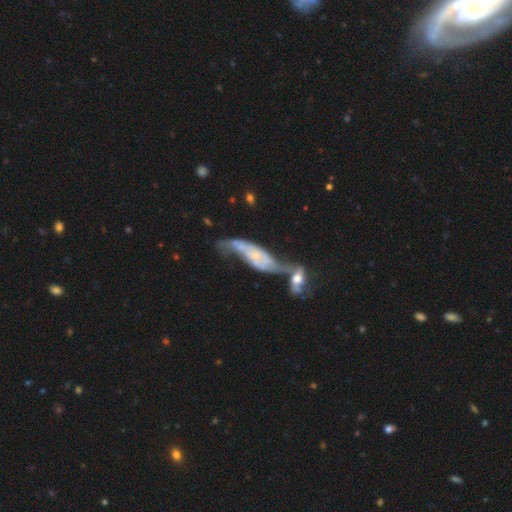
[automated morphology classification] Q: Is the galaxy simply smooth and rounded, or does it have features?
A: featured or disk — 76%.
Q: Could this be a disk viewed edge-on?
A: no — 77%.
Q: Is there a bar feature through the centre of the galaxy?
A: no — 60%.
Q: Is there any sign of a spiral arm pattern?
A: yes — 83%.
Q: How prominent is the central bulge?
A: small — 55%.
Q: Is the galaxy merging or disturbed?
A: merger — 50%.